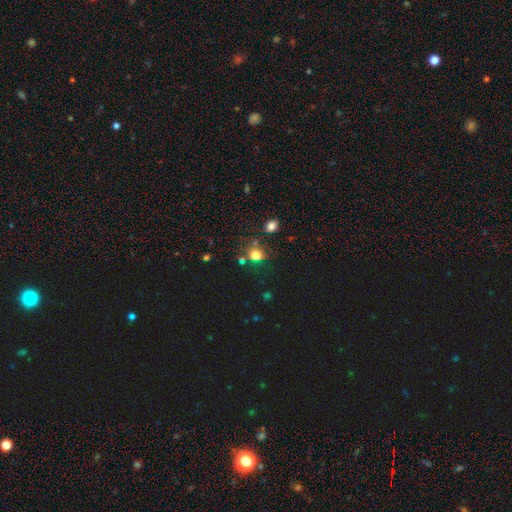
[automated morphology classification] The model was most divided on "how rounded": round: 74%, in between: 25%, cigar-shaped: 1%. More confident: smooth or featured — smooth (72%); merging — none (65%).